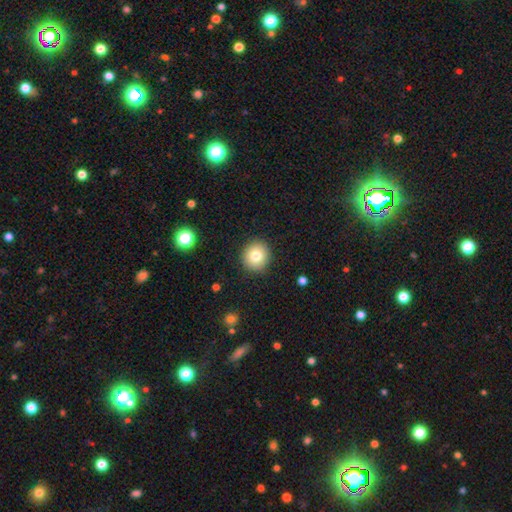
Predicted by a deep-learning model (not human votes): A smooth galaxy with no disk features (79%) that is round (89%).

Vote fractions:
- Smooth or featured? smooth: 79% / star or artifact: 11% / featured or disk: 10%
- How rounded? round: 89% / in between: 10% / cigar-shaped: 1%
- Merging? none: 91% / minor disturbance: 6% / major disturbance: 2% / merger: 1%